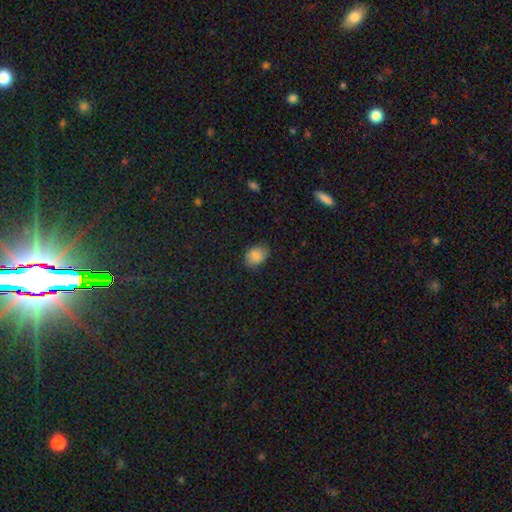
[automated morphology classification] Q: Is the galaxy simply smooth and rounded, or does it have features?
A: smooth — 85%.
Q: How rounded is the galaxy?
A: in between — 67%.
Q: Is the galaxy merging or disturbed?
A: none — 82%.